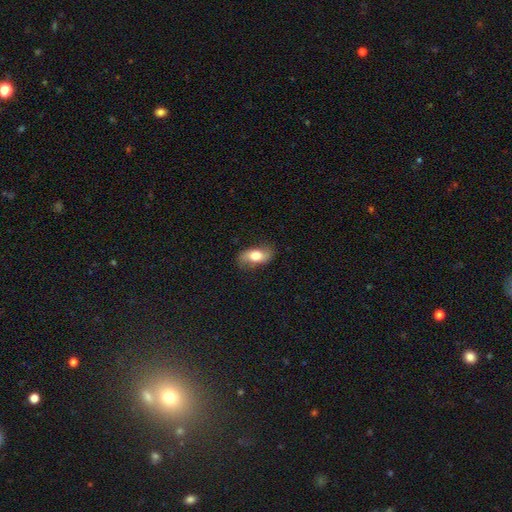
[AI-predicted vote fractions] Morphology: type=smooth (59%); roundness=in between (85%); merging=none (77%).